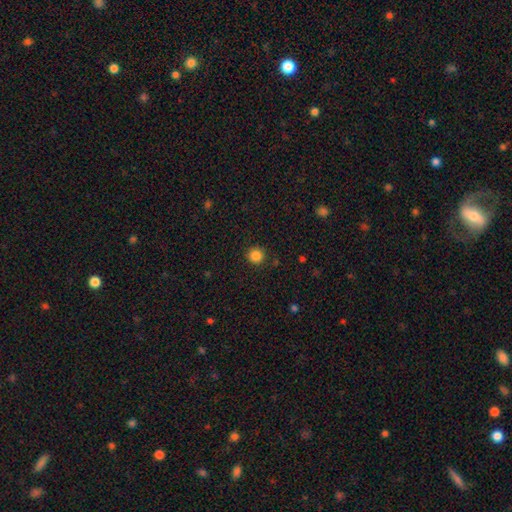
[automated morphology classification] type=smooth (85%); roundness=round (94%); merging=none (90%).